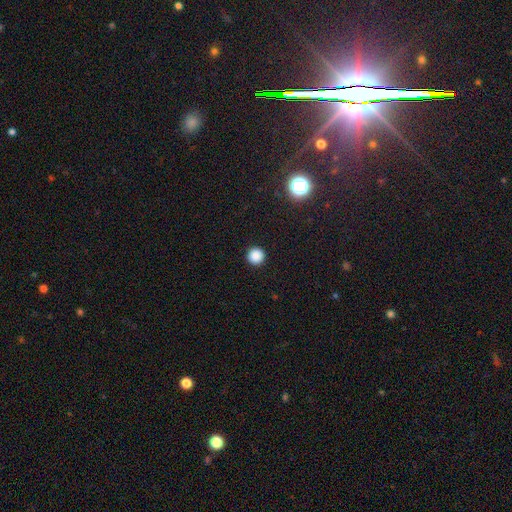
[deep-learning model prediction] Overall: smooth (86%). How rounded: round (96%). Merging: none (93%).